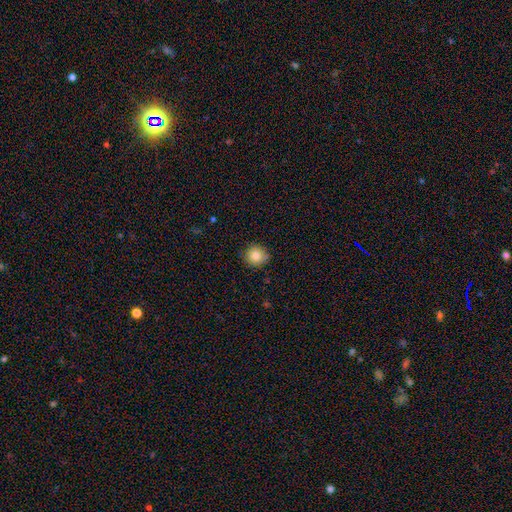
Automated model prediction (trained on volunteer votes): This is clearly a smooth galaxy (85%). How rounded: clearly round (91%). Merging: clearly none (86%).